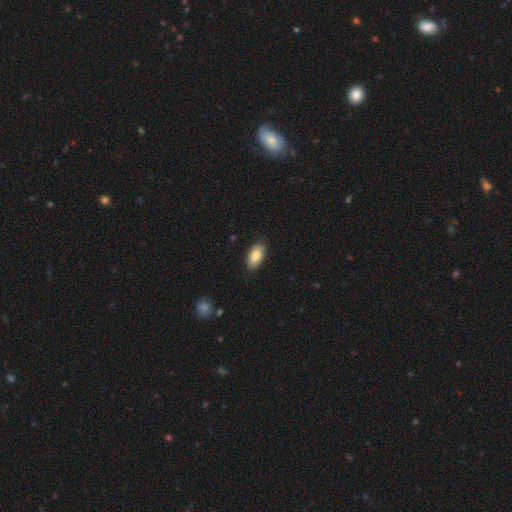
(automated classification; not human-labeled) This appears to be a smooth galaxy with no disk features (87%) that is in between round and cigar-shaped (94%). Merging: none (87%).